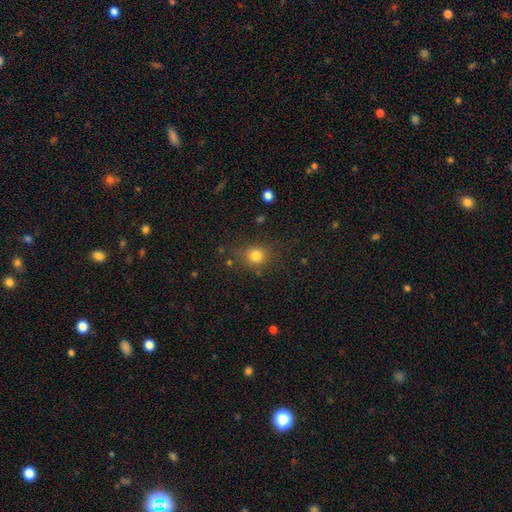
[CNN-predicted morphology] This is clearly a smooth galaxy (80%). How rounded: likely round (80%). Merging: likely none (79%).